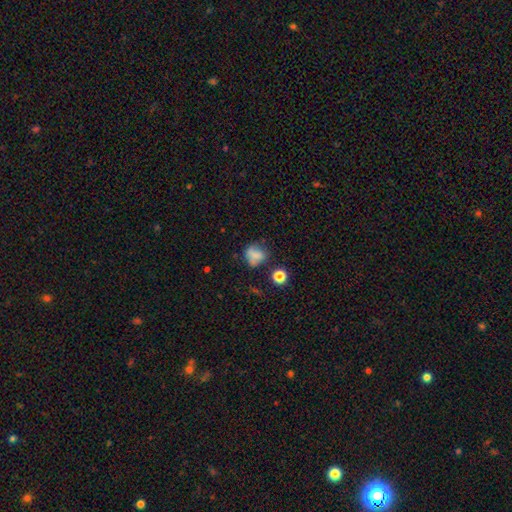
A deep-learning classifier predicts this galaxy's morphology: The model was most divided on "merging": none: 49%, minor disturbance: 26%, major disturbance: 14%, merger: 10%. More confident: smooth or featured — smooth (68%); how rounded — round (63%).